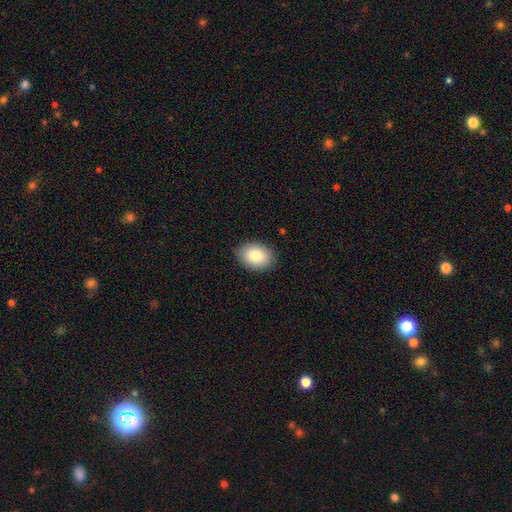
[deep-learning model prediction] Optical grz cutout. It shows a smooth galaxy with no disk features (83%) that is in between round and cigar-shaped (78%). Merging: none (87%).